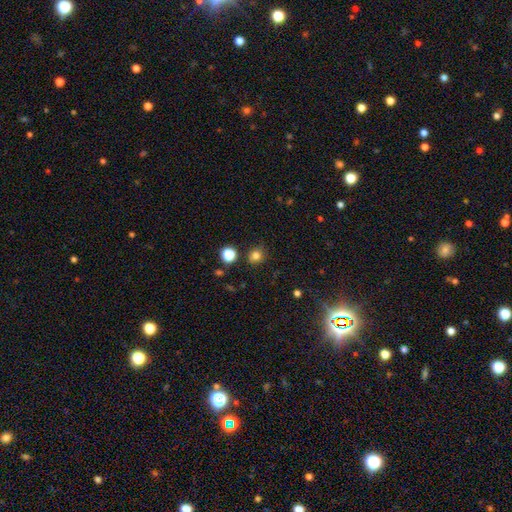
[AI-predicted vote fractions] smooth_or_featured: smooth (p=0.80) [alt: star or artifact p=0.15]
how_rounded: round (p=0.83) [alt: in between p=0.16]
merging: none (p=0.87) [alt: minor disturbance p=0.08]